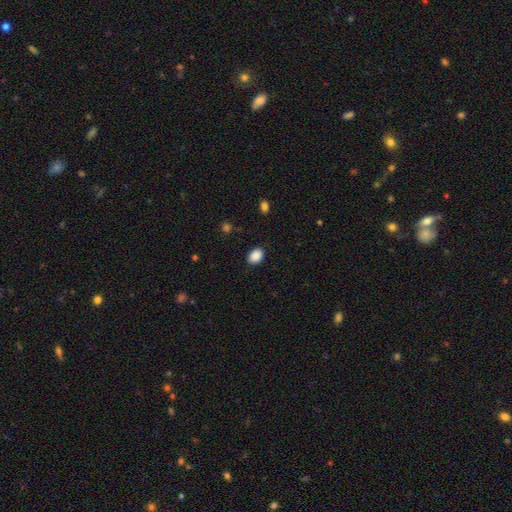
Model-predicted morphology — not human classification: Smooth or featured? Predicted: smooth (p=0.89). How rounded? Predicted: in between (p=0.79). Merging? Predicted: none (p=0.88).